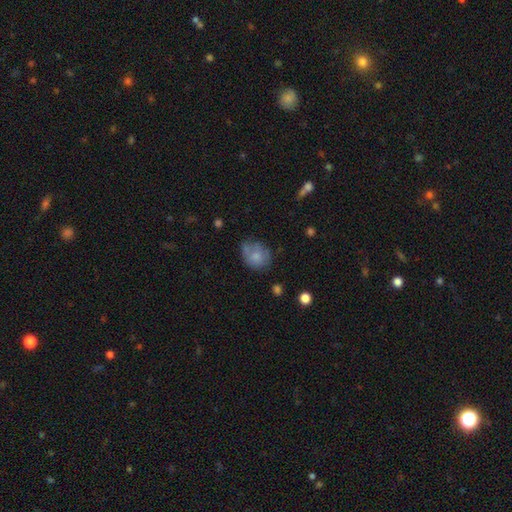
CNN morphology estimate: Overall: smooth (70%). How rounded: round (54%; in between 45%). Merging: none (48%; minor disturbance 30%).